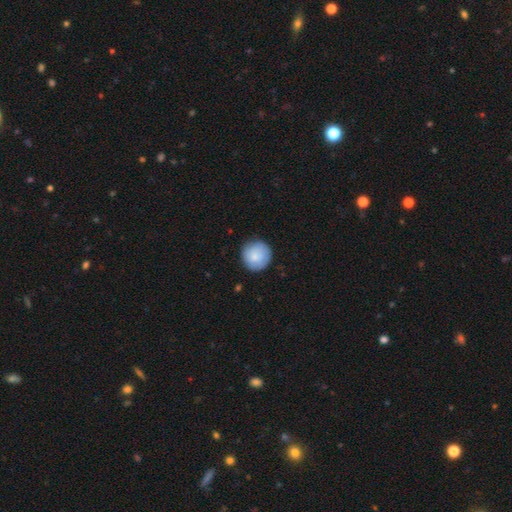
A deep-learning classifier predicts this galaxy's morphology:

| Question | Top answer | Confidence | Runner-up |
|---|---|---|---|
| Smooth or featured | smooth | 83% | featured or disk (11%) |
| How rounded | round | 94% | in between (5%) |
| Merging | none | 85% | minor disturbance (12%) |